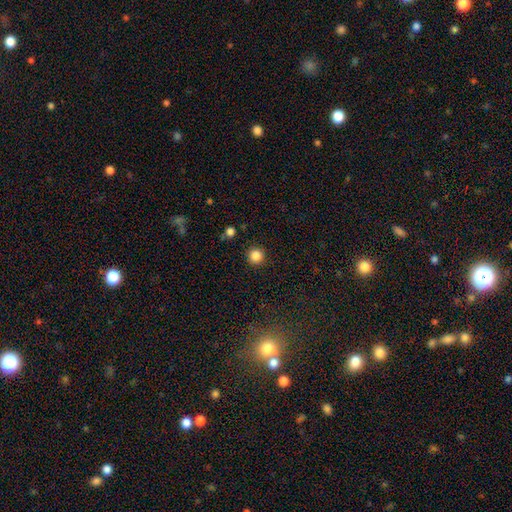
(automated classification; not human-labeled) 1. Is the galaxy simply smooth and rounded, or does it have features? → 86% smooth, 11% star or artifact, 3% featured or disk.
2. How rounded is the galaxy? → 95% round, 4% in between, 1% cigar-shaped.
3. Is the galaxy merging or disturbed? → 91% none, 5% minor disturbance, 2% major disturbance, 2% merger.